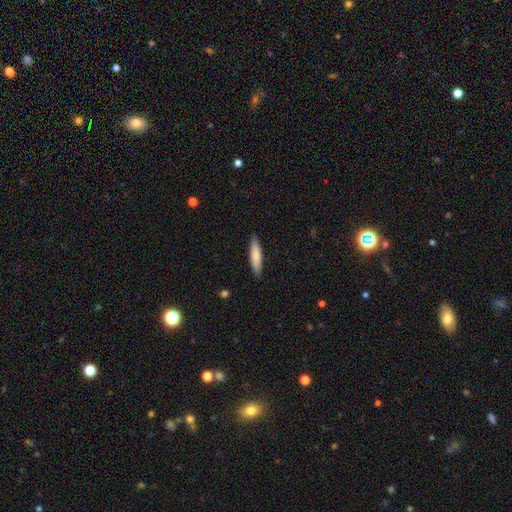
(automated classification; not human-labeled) Smooth or featured?
  - smooth: 78% *
  - featured or disk: 16%
  - star or artifact: 5%
How rounded?
  - cigar-shaped: 79% *
  - in between: 19%
  - round: 1%
Merging?
  - none: 89% *
  - minor disturbance: 9%
  - major disturbance: 2%
  - merger: 1%